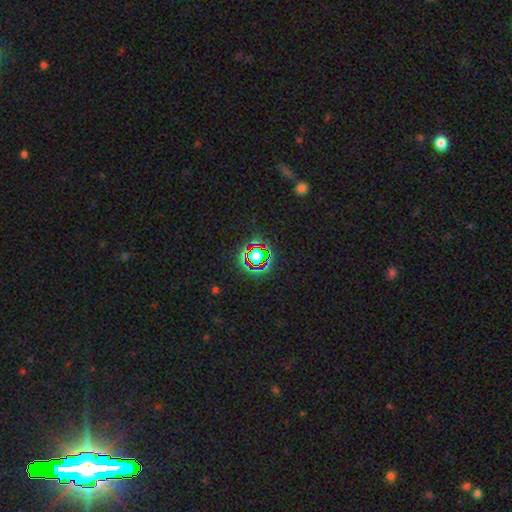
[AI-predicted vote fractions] Smooth or featured: star or artifact — 70% (smooth — 19%)